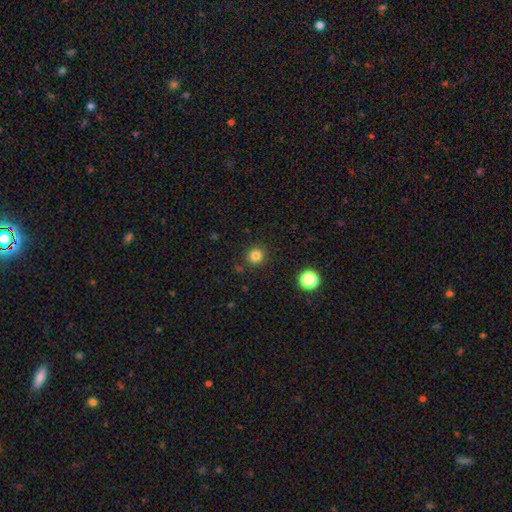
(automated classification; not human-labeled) The model was most divided on "smooth or featured": smooth: 82%, star or artifact: 13%, featured or disk: 5%. More confident: how rounded — round (93%); merging — none (90%).